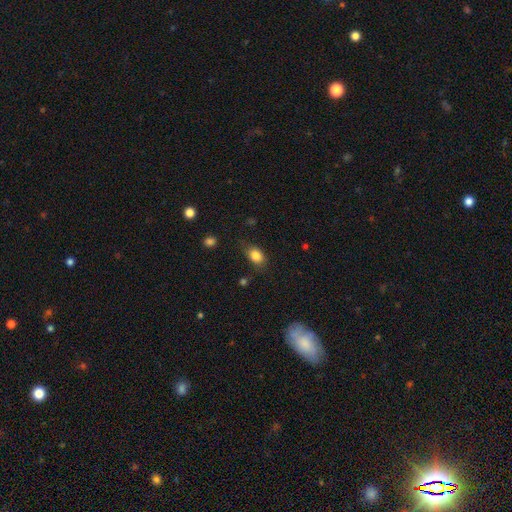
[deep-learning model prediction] Smooth or featured: smooth — 84% (star or artifact — 9%)
How rounded: in between — 77% (round — 21%)
Merging: none — 73% (minor disturbance — 20%)